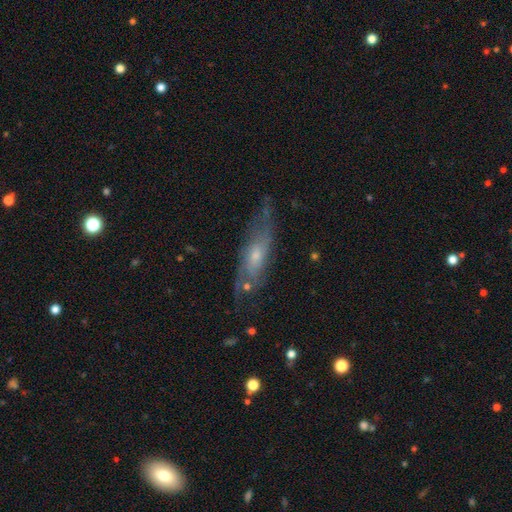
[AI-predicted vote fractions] Overall: featured or disk (64%; smooth 28%). Edge-on disk: no (68%; yes 32%). Merging: none (61%; minor disturbance 24%).